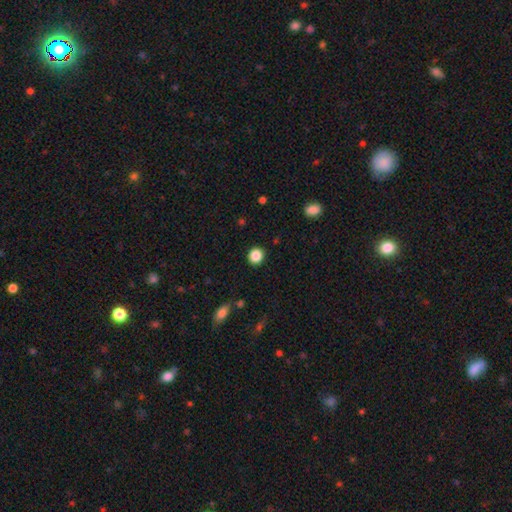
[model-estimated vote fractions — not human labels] A smooth galaxy with no disk features (87%) that is round (87%). Merging: none (91%).